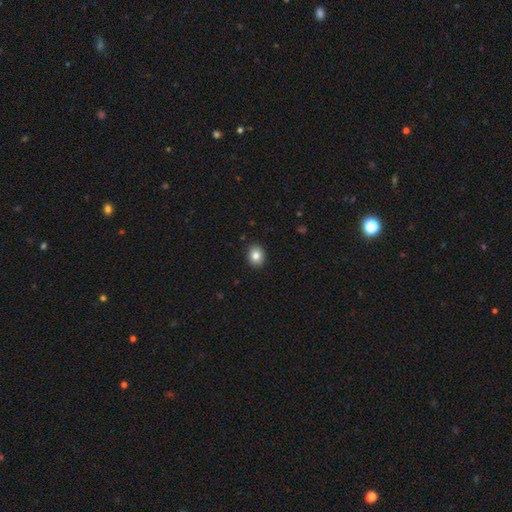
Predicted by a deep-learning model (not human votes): A smooth galaxy with no disk features (83%) that is round (53%).

Vote fractions:
- Smooth or featured? smooth: 83% / star or artifact: 9% / featured or disk: 7%
- How rounded? round: 53% / in between: 46% / cigar-shaped: 1%
- Merging? none: 90% / minor disturbance: 7% / major disturbance: 2% / merger: 1%